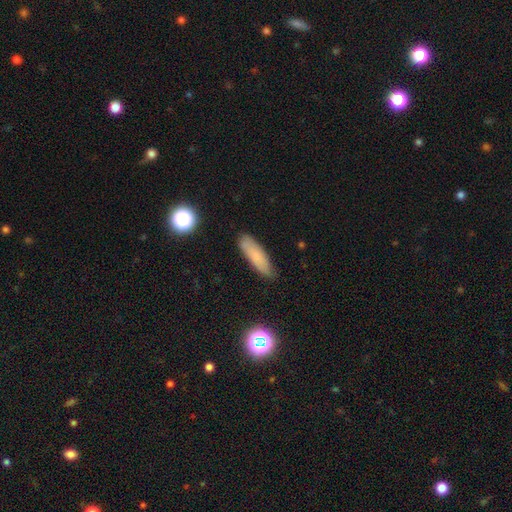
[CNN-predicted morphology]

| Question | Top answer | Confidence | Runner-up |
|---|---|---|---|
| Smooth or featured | smooth | 78% | featured or disk (13%) |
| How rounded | cigar-shaped | 64% | in between (33%) |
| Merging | none | 83% | minor disturbance (13%) |